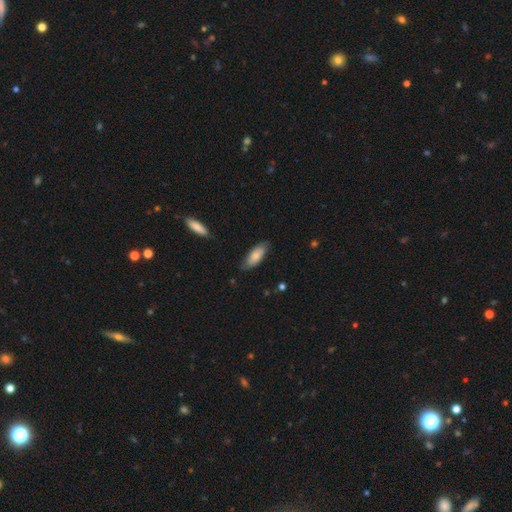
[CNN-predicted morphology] smooth_or_featured: smooth (p=0.74) [alt: featured or disk p=0.20]
how_rounded: in between (p=0.79) [alt: cigar-shaped p=0.19]
merging: none (p=0.75) [alt: minor disturbance p=0.21]